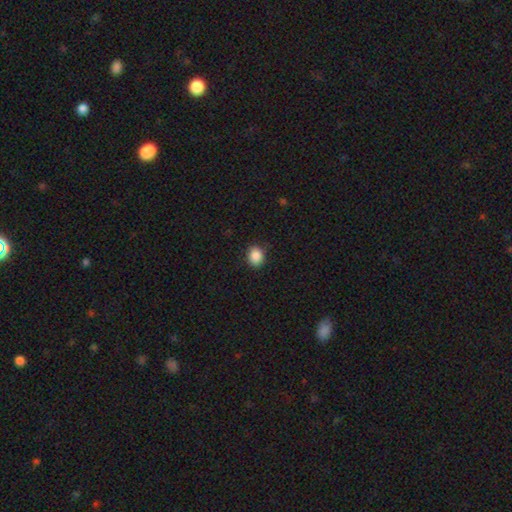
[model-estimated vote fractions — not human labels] smooth-or-featured: smooth: 88% | star or artifact: 9% | featured or disk: 3%
  how-rounded: round: 58% | in between: 42% | cigar-shaped: 1%
  merging: none: 87% | minor disturbance: 10% | major disturbance: 2% | merger: 1%